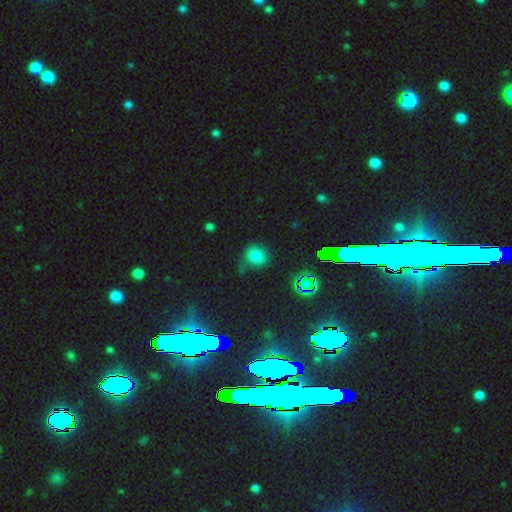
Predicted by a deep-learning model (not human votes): Smooth or featured? Predicted: smooth (p=0.65). How rounded? Predicted: round (p=0.67). Merging? Predicted: none (p=0.61).